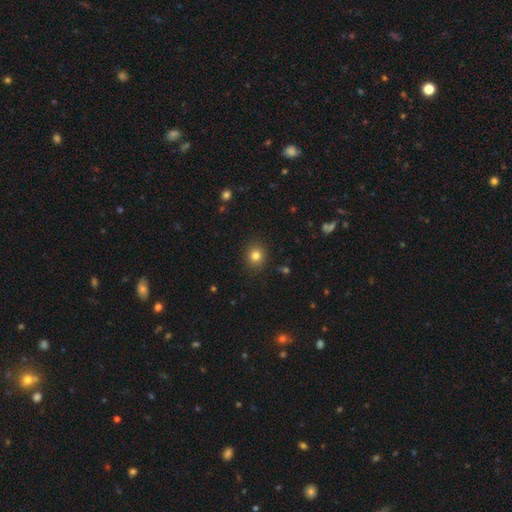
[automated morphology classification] smooth 81%, star or artifact 13%, featured or disk 6%. Down the decision tree: how rounded — round (85%); merging — none (91%).